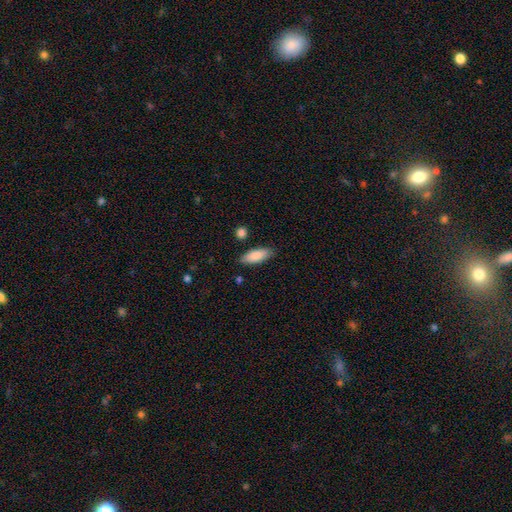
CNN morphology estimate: Smooth or featured?
  - smooth: 85% *
  - featured or disk: 9%
  - star or artifact: 6%
How rounded?
  - in between: 72% *
  - cigar-shaped: 26%
  - round: 2%
Merging?
  - none: 84% *
  - minor disturbance: 11%
  - merger: 3%
  - major disturbance: 2%